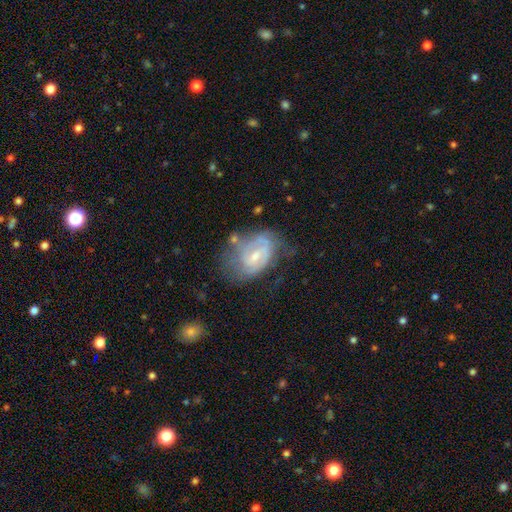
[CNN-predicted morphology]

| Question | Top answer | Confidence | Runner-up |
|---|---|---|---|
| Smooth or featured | featured or disk | 70% | smooth (22%) |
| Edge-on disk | no | 96% | yes (4%) |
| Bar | weak | 51% | no (37%) |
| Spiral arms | yes | 75% | no (25%) |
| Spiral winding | tight | 50% | medium (36%) |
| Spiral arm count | can't tell | 40% | 2 (39%) |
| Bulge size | small | 54% | moderate (40%) |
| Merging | none | 42% | minor disturbance (30%) |